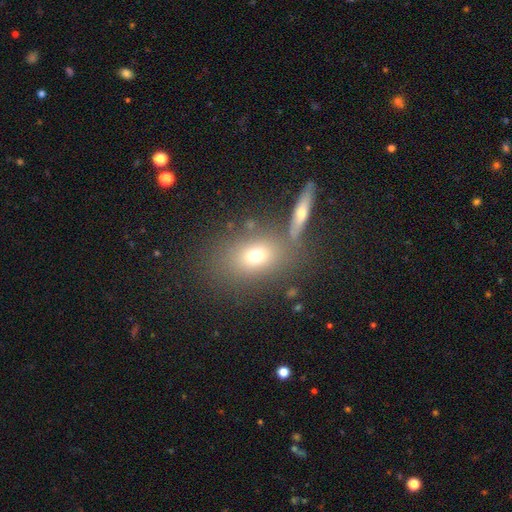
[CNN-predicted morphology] smooth-or-featured: smooth: 68% | featured or disk: 18% | star or artifact: 14%
  how-rounded: in between: 68% | round: 28% | cigar-shaped: 4%
  merging: none: 68% | merger: 15% | minor disturbance: 12% | major disturbance: 6%